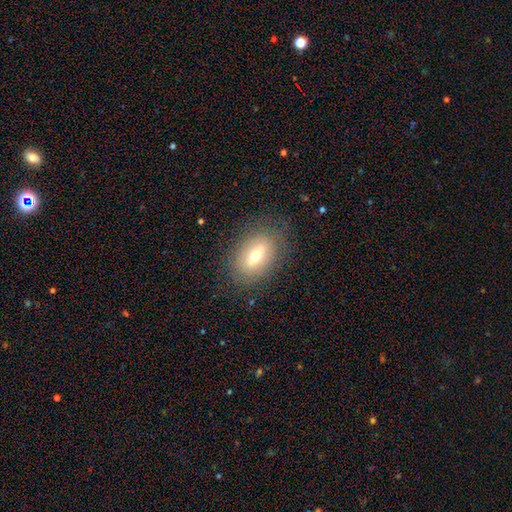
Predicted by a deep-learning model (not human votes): Q: Smooth or featured?
A: smooth (57%); runner-up: featured or disk (33%)
Q: How rounded?
A: in between (82%); runner-up: round (13%)
Q: Merging?
A: none (81%); runner-up: minor disturbance (13%)